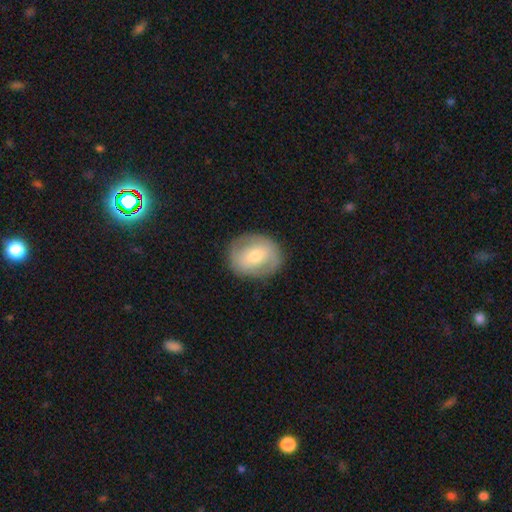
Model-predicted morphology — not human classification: Smooth or featured? Predicted: smooth (p=0.53). How rounded? Predicted: round (p=0.54). Merging? Predicted: none (p=0.84).